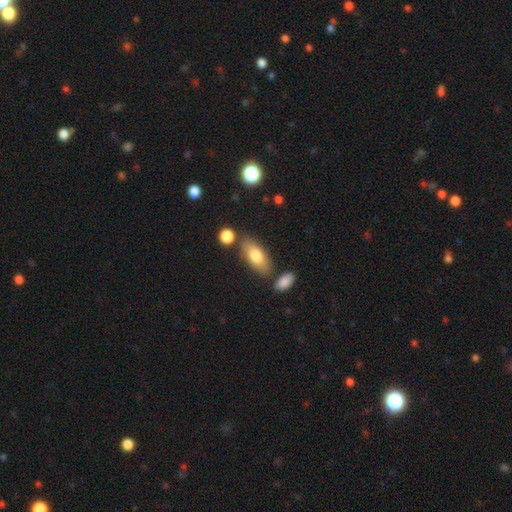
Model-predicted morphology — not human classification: The model was most divided on "smooth or featured": smooth: 76%, featured or disk: 17%, star or artifact: 6%. More confident: how rounded — in between (86%); merging — none (75%).